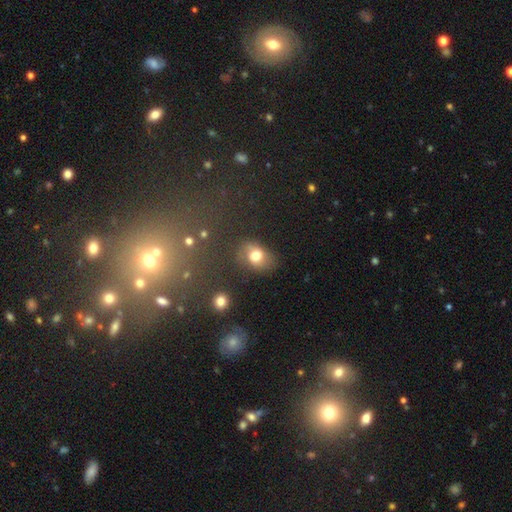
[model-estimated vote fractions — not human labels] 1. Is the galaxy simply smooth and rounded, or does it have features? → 74% smooth, 15% featured or disk, 11% star or artifact.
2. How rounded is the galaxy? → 61% in between, 37% round, 1% cigar-shaped.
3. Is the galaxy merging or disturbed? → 65% none, 21% minor disturbance, 8% major disturbance, 5% merger.